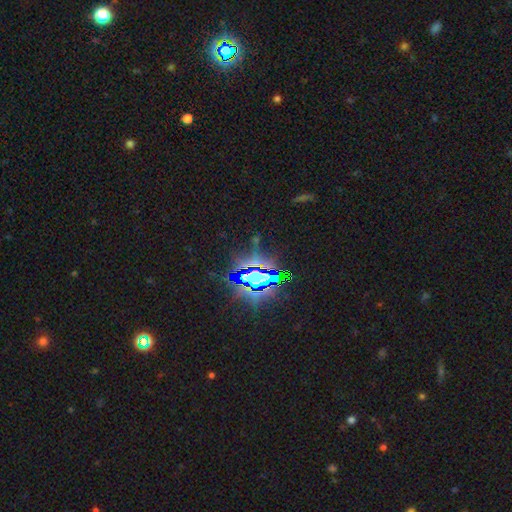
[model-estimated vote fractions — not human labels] A star or artifact, not a galaxy (77%).